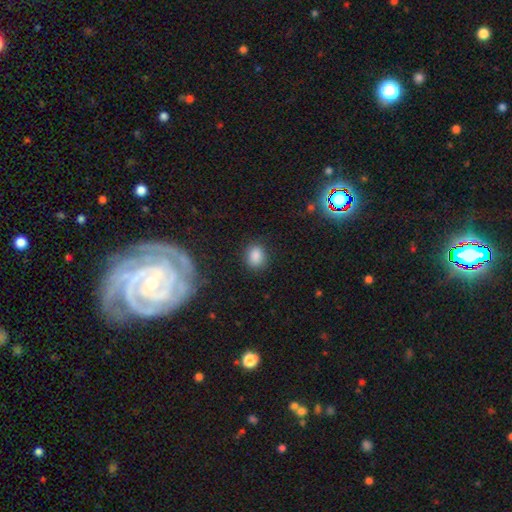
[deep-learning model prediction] This is clearly a smooth galaxy (86%). How rounded: possibly in between (51%). Merging: clearly none (82%).